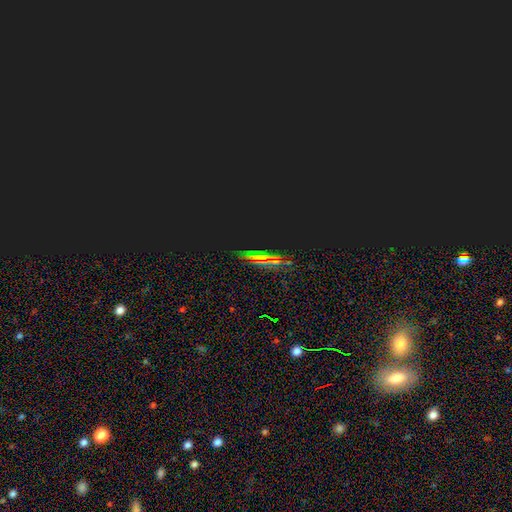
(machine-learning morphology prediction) Overall: star or artifact (67%).